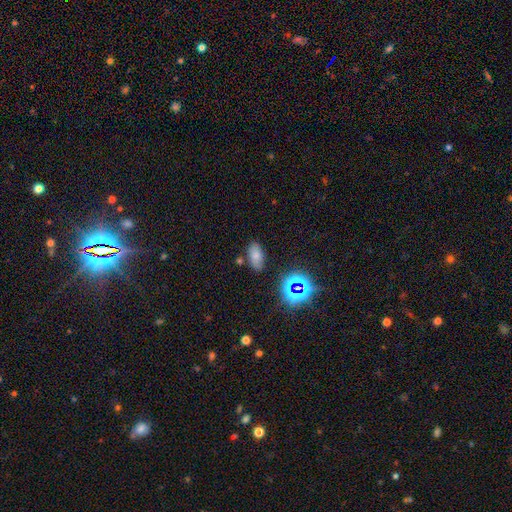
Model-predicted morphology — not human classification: Smooth or featured? Predicted: smooth (p=0.70). How rounded? Predicted: in between (p=0.90). Merging? Predicted: none (p=0.80).